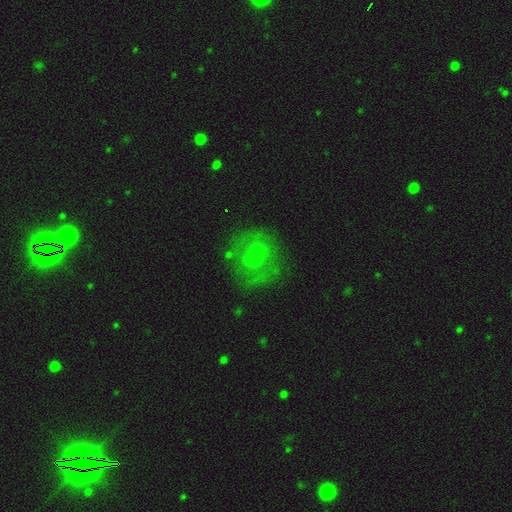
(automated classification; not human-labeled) A smooth galaxy with no disk features (44%).

Vote fractions:
- Smooth or featured? smooth: 44% / featured or disk: 39% / star or artifact: 18%
- Merging? none: 68% / minor disturbance: 18% / major disturbance: 13% / merger: 2%